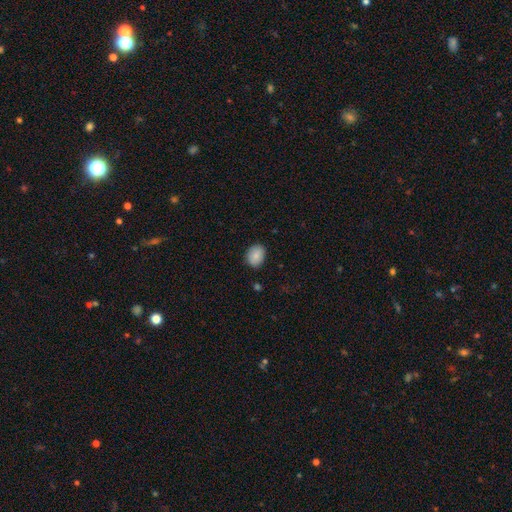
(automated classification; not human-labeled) This appears to be a smooth galaxy with no disk features (86%) that is in between round and cigar-shaped (61%). Merging: none (84%).